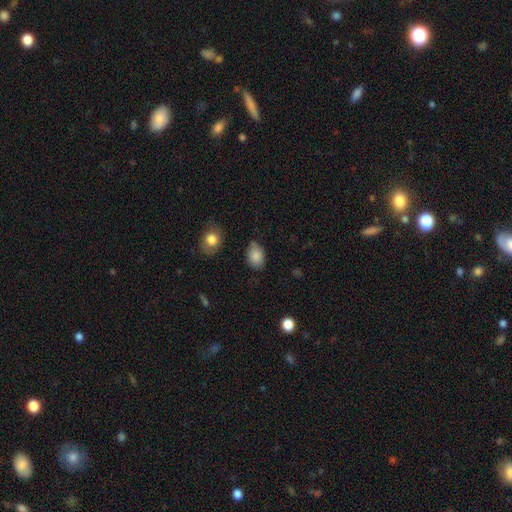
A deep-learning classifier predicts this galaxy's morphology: smooth 86%, star or artifact 8%, featured or disk 7%. Down the decision tree: how rounded — in between (80%); merging — none (70%).